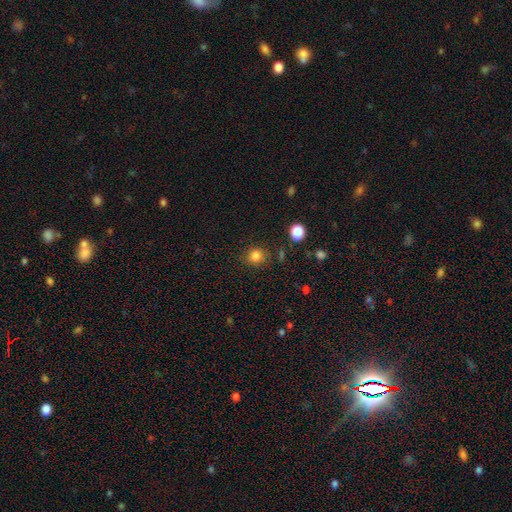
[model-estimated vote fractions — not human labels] A smooth galaxy with no disk features (83%) that is round (80%).

Vote fractions:
- Smooth or featured? smooth: 83% / star or artifact: 13% / featured or disk: 5%
- How rounded? round: 80% / in between: 19% / cigar-shaped: 1%
- Merging? none: 82% / minor disturbance: 12% / major disturbance: 4% / merger: 3%